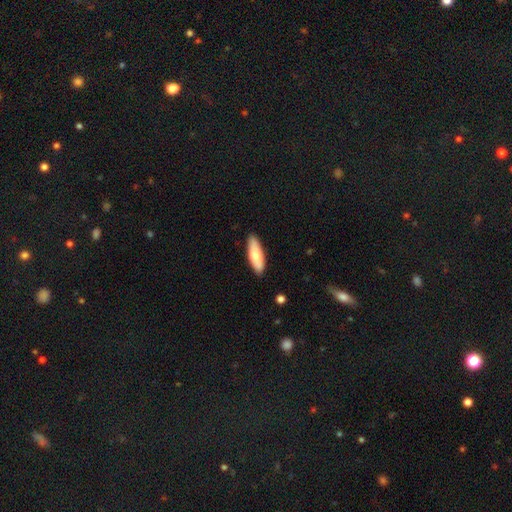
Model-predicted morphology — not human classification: Smooth or featured?
  - smooth: 74% *
  - featured or disk: 20%
  - star or artifact: 5%
How rounded?
  - in between: 50% *
  - cigar-shaped: 48%
  - round: 2%
Merging?
  - none: 88% *
  - minor disturbance: 9%
  - major disturbance: 2%
  - merger: 1%